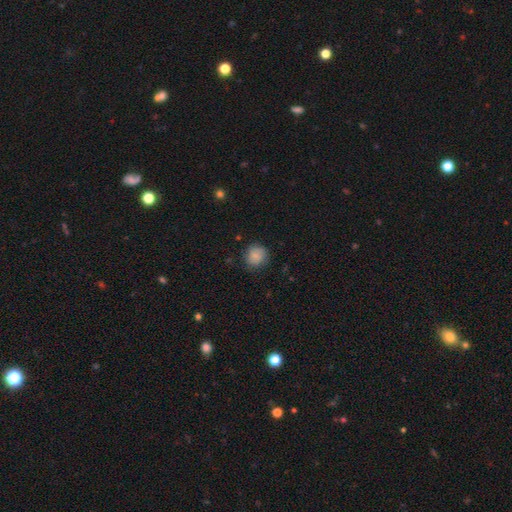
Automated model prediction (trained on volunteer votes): Overall: smooth (82%). How rounded: round (85%). Merging: none (77%).